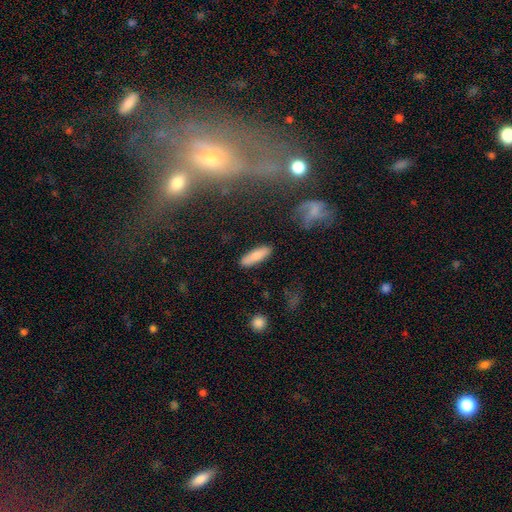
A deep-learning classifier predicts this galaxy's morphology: A smooth galaxy with no disk features (79%) that is cigar-shaped (50%).

Vote fractions:
- Smooth or featured? smooth: 79% / featured or disk: 14% / star or artifact: 6%
- How rounded? cigar-shaped: 50% / in between: 48% / round: 2%
- Merging? none: 85% / minor disturbance: 10% / major disturbance: 2% / merger: 2%